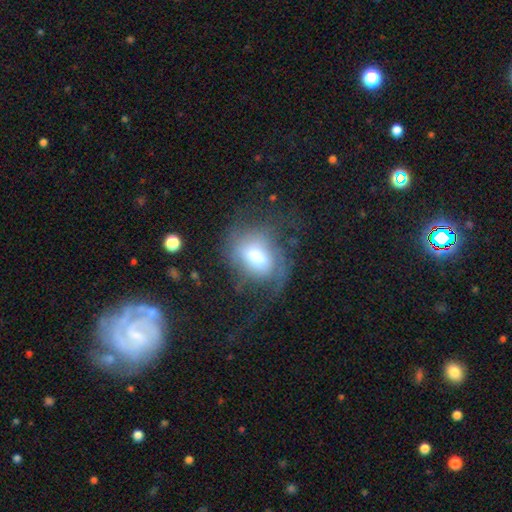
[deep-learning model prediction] Smooth or featured: featured or disk — 52% (smooth — 38%)
Edge-on disk: no — 95% (yes — 5%)
Merging: none — 42% (major disturbance — 36%)